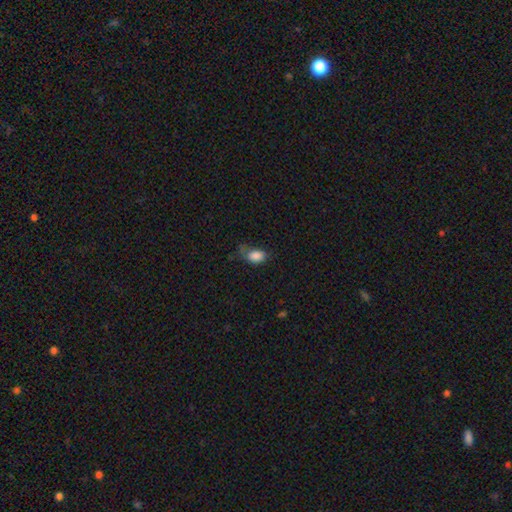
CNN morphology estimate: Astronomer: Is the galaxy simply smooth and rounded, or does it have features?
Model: smooth — 85%.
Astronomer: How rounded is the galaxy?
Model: in between — 84%.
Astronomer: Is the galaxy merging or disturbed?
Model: none — 43% (runner-up: minor disturbance, 33%).